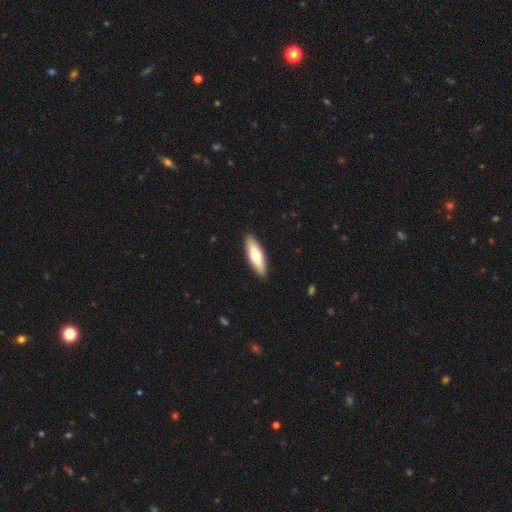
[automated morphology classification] A smooth galaxy with no disk features (61%) that is in between round and cigar-shaped (50%).

Vote fractions:
- Smooth or featured? smooth: 61% / featured or disk: 34% / star or artifact: 5%
- How rounded? in between: 50% / cigar-shaped: 48% / round: 2%
- Merging? none: 91% / minor disturbance: 7% / major disturbance: 1% / merger: 1%